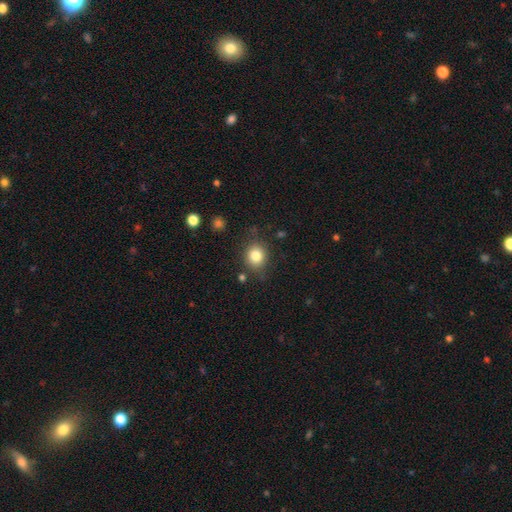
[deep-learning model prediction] A smooth galaxy with no disk features (83%) that is round (77%).

Vote fractions:
- Smooth or featured? smooth: 83% / star or artifact: 10% / featured or disk: 6%
- How rounded? round: 77% / in between: 22% / cigar-shaped: 1%
- Merging? none: 82% / minor disturbance: 12% / major disturbance: 4% / merger: 3%